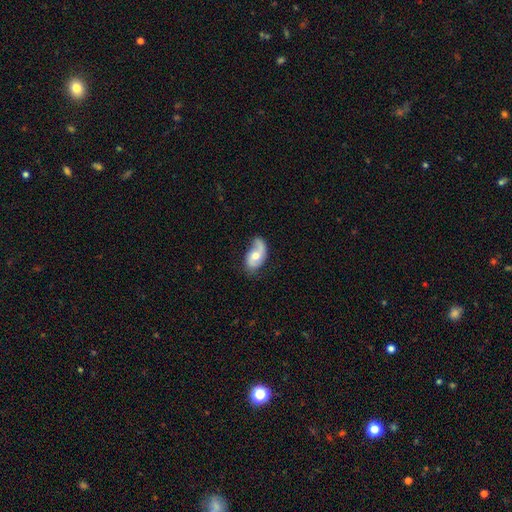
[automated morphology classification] Q: Smooth or featured?
A: featured or disk (64%); runner-up: smooth (30%)
Q: Edge-on disk?
A: no (95%); runner-up: yes (5%)
Q: Bar?
A: no (65%); runner-up: weak (28%)
Q: Spiral arms?
A: yes (86%); runner-up: no (14%)
Q: Spiral winding?
A: loose (49%); runner-up: medium (35%)
Q: Spiral arm count?
A: 2 (66%); runner-up: 1 (25%)
Q: Bulge size?
A: moderate (70%); runner-up: small (20%)
Q: Merging?
A: none (55%); runner-up: minor disturbance (29%)